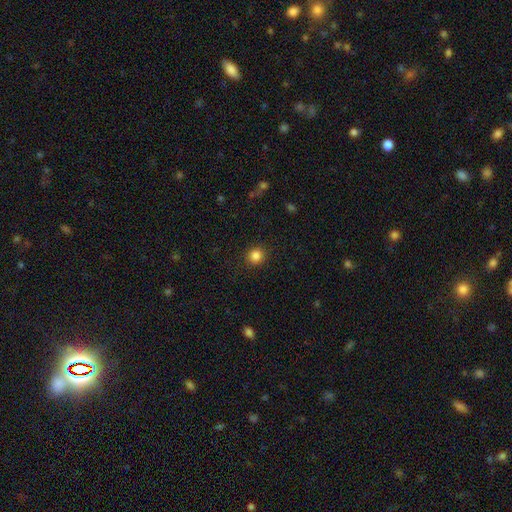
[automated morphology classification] smooth_or_featured: smooth (p=0.85) [alt: star or artifact p=0.11]
how_rounded: round (p=0.88) [alt: in between p=0.11]
merging: none (p=0.90) [alt: minor disturbance p=0.06]